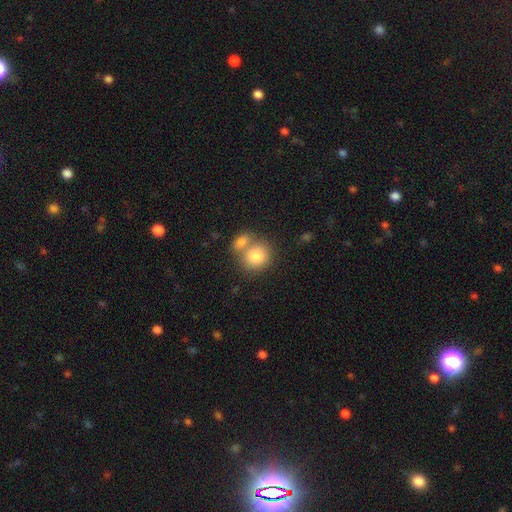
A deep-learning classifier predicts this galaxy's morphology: smooth 81%, featured or disk 11%, star or artifact 8%. Down the decision tree: how rounded — round (77%); merging — merger (48%).